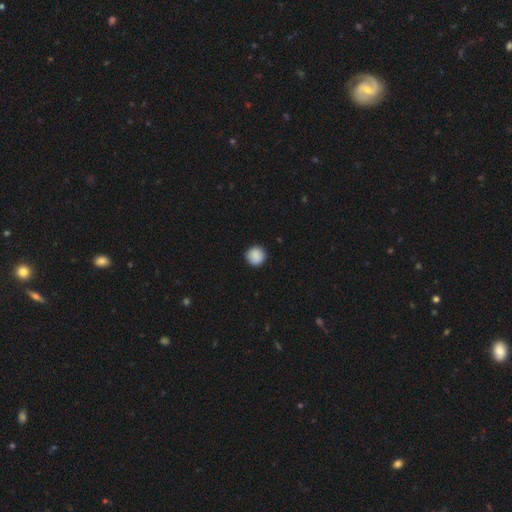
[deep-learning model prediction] smooth_or_featured: smooth (p=0.89) [alt: star or artifact p=0.08]
how_rounded: round (p=0.95) [alt: in between p=0.04]
merging: none (p=0.90) [alt: minor disturbance p=0.07]